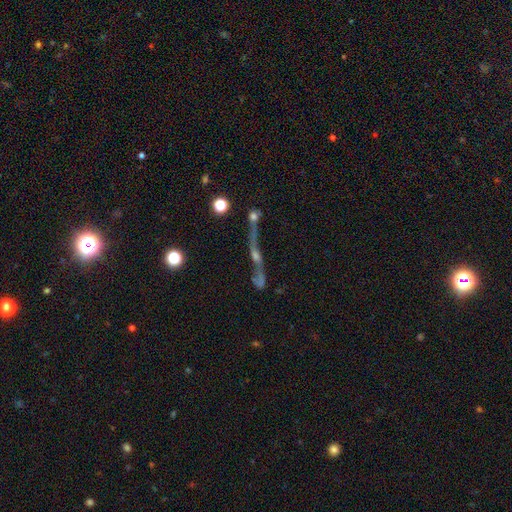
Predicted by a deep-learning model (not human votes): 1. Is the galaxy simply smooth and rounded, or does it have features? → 44% star or artifact, 34% featured or disk, 23% smooth.